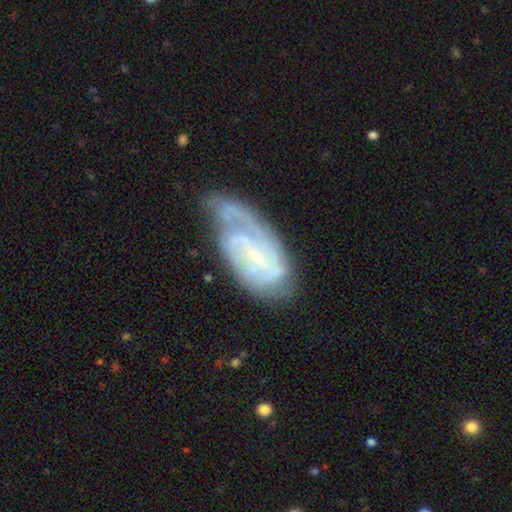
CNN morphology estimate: Smooth or featured: featured or disk — 84% (smooth — 10%)
Edge-on disk: no — 96% (yes — 4%)
Bar: weak — 49% (no — 31%)
Spiral arms: yes — 94% (no — 6%)
Spiral winding: tight — 53% (medium — 37%)
Spiral arm count: 2 — 40% (can't tell — 28%)
Bulge size: small — 80% (moderate — 14%)
Merging: none — 51% (minor disturbance — 29%)